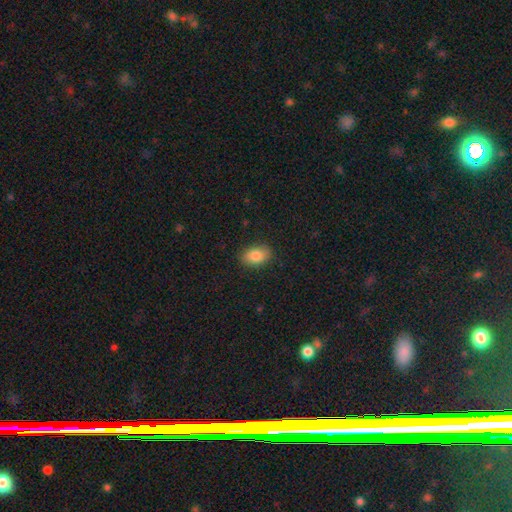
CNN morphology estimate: Overall: smooth (83%). How rounded: in between (85%). Merging: none (85%).